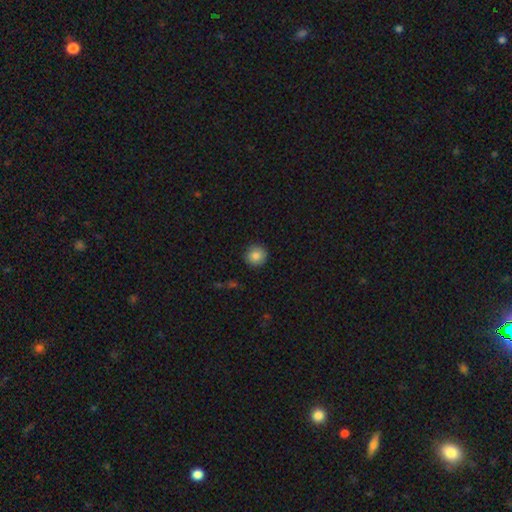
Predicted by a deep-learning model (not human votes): Smooth or featured? smooth (85%)
How rounded? round (93%)
Merging? none (90%)